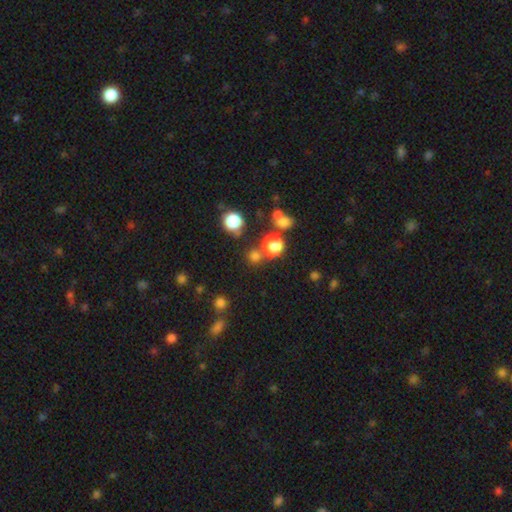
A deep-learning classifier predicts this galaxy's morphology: Smooth or featured: smooth — 68% (star or artifact — 26%)
How rounded: round — 92% (in between — 7%)
Merging: none — 74% (merger — 15%)